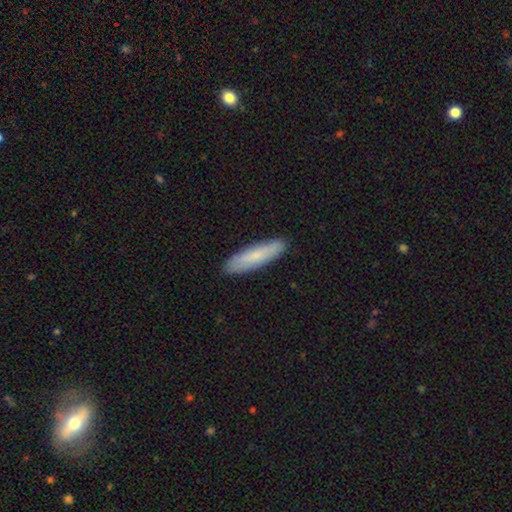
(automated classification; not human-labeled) A smooth galaxy with no disk features (76%) that is cigar-shaped (79%).

Vote fractions:
- Smooth or featured? smooth: 76% / featured or disk: 19% / star or artifact: 6%
- How rounded? cigar-shaped: 79% / in between: 19% / round: 1%
- Merging? none: 90% / minor disturbance: 7% / major disturbance: 1% / merger: 1%